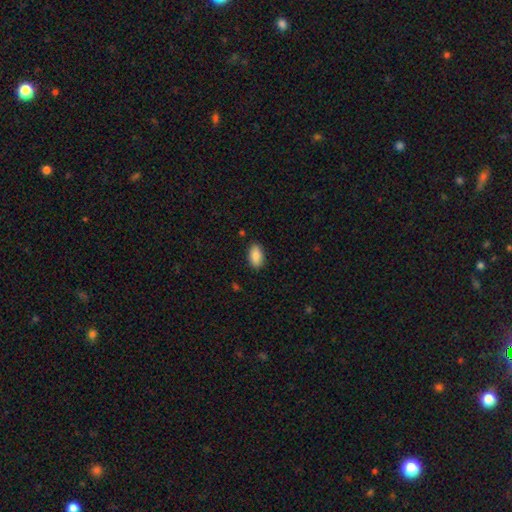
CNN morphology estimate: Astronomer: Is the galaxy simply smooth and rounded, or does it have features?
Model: smooth — 88%.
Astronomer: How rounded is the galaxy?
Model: in between — 93%.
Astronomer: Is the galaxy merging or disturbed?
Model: none — 87%.